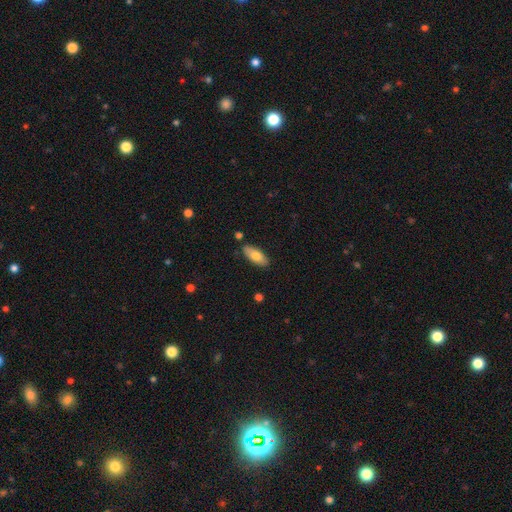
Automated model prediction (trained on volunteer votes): Morphology: type=smooth (74%); roundness=in between (81%); merging=none (85%).